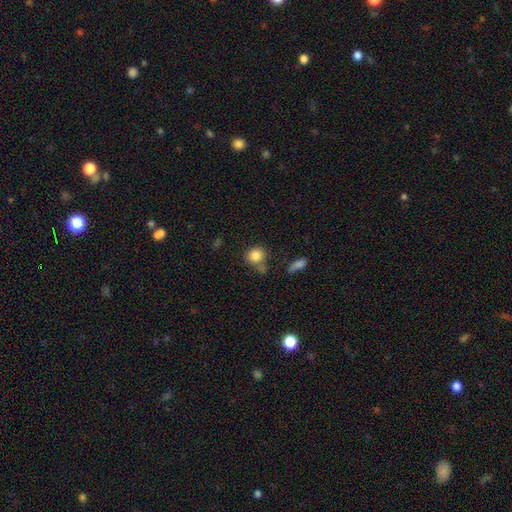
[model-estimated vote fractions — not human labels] Smooth or featured? Predicted: smooth (p=0.84). How rounded? Predicted: round (p=0.84). Merging? Predicted: none (p=0.63).